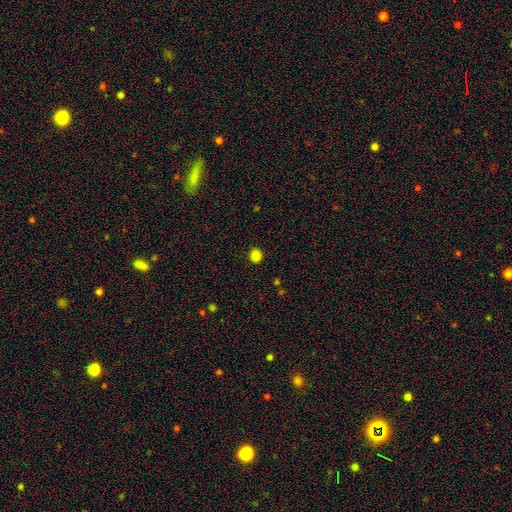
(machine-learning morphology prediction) type=smooth (84%); roundness=round (76%); merging=none (89%).